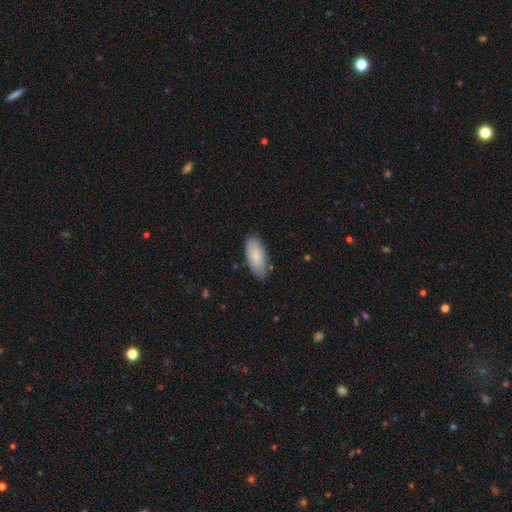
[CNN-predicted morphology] This is clearly a smooth galaxy (82%). How rounded: clearly in between (88%). Merging: likely none (79%).